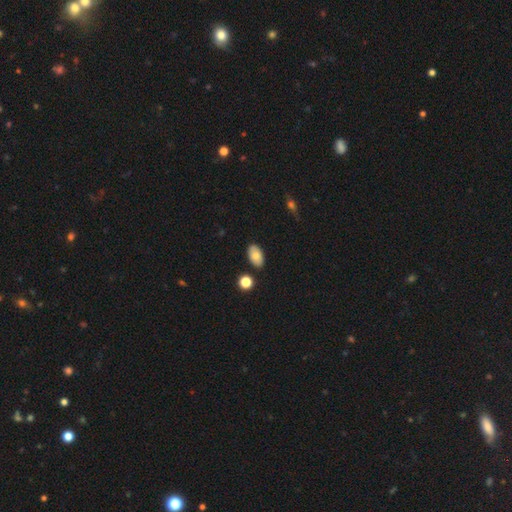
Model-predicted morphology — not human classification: Q: Smooth or featured?
A: smooth (79%); runner-up: featured or disk (13%)
Q: How rounded?
A: in between (93%); runner-up: round (6%)
Q: Merging?
A: none (85%); runner-up: minor disturbance (10%)